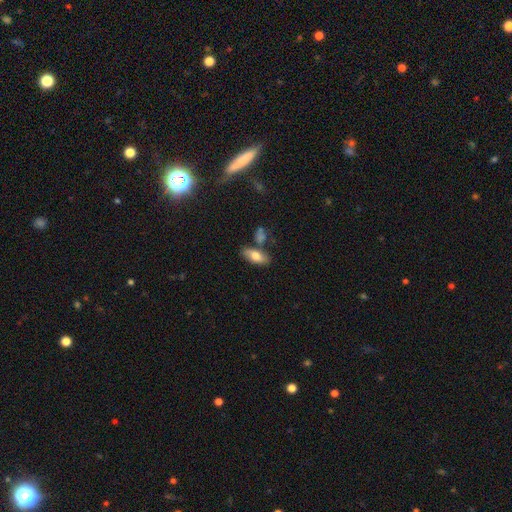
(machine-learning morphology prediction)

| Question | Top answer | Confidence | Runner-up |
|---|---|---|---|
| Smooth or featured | smooth | 73% | featured or disk (20%) |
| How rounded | in between | 83% | cigar-shaped (13%) |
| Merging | none | 71% | minor disturbance (14%) |